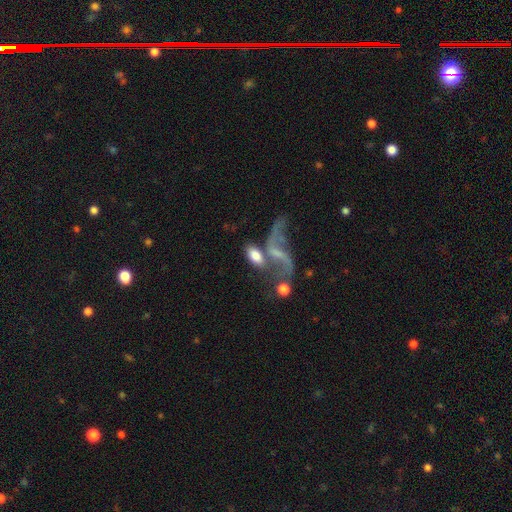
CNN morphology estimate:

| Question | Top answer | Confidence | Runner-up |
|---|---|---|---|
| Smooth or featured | smooth | 56% | featured or disk (35%) |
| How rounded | in between | 85% | cigar-shaped (8%) |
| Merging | merger | 41% | none (30%) |